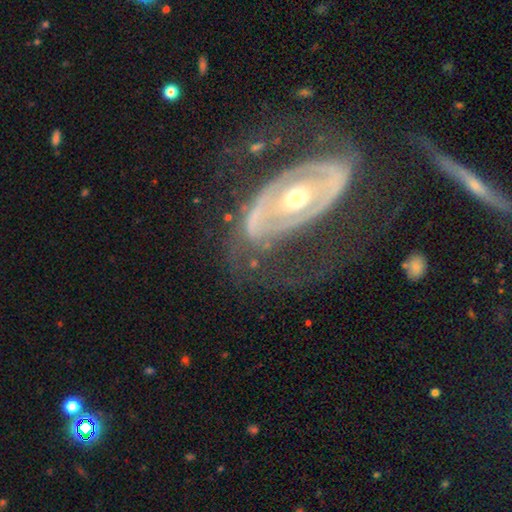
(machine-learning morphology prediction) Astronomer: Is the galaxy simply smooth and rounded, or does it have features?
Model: featured or disk — 84%.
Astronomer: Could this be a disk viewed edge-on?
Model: no — 92%.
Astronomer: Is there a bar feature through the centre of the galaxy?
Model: no — 50%.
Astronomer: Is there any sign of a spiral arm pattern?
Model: yes — 68%.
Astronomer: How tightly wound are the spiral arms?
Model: medium — 39% (runner-up: tight, 35%).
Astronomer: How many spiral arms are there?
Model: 2 — 71%.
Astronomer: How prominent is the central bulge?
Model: moderate — 70%.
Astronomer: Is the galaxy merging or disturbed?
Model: none — 60%.